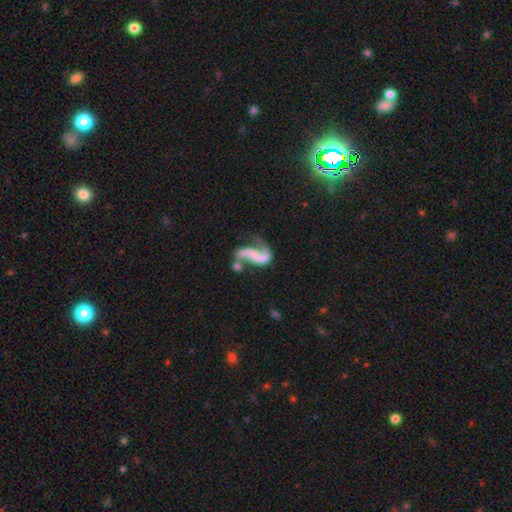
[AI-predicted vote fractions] This appears to be a featured or disk galaxy (79%) with no bar (50%), 2 (81%) loose (76%) spiral arms (89%) and no central bulge (63%). Merging: none (31%).